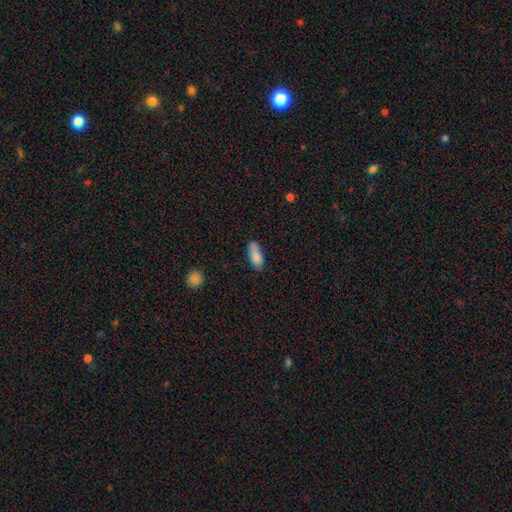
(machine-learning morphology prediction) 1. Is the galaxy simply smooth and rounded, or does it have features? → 84% smooth, 9% featured or disk, 7% star or artifact.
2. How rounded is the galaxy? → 78% in between, 20% cigar-shaped, 2% round.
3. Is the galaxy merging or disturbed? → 68% none, 23% minor disturbance, 5% major disturbance, 4% merger.